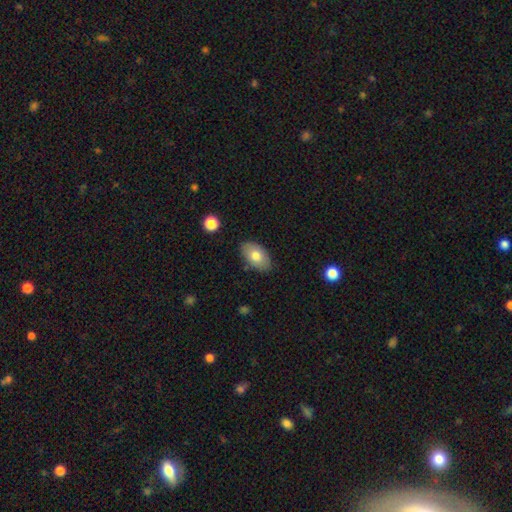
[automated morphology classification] This appears to be a smooth galaxy with no disk features (76%) that is in between round and cigar-shaped (92%). Merging: none (83%).